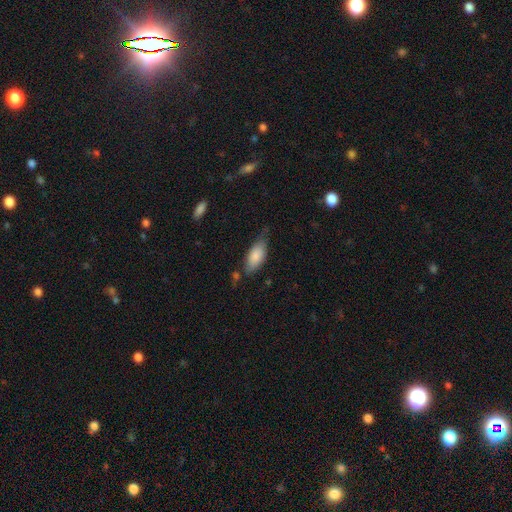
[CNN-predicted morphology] Q: Smooth or featured?
A: smooth (80%); runner-up: featured or disk (14%)
Q: How rounded?
A: in between (84%); runner-up: cigar-shaped (14%)
Q: Merging?
A: none (52%); runner-up: minor disturbance (33%)